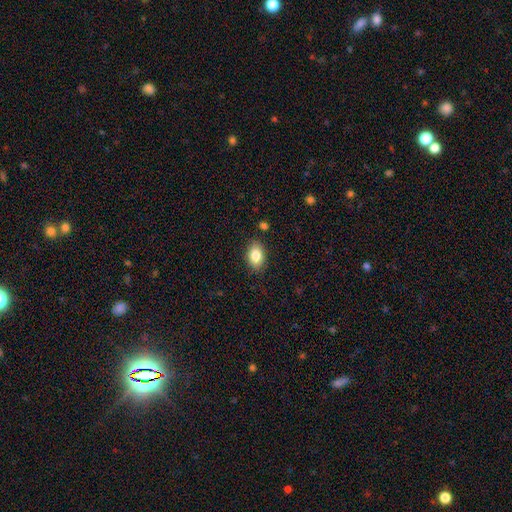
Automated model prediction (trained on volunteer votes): This is clearly a smooth galaxy (84%). How rounded: clearly in between (87%). Merging: clearly none (85%).